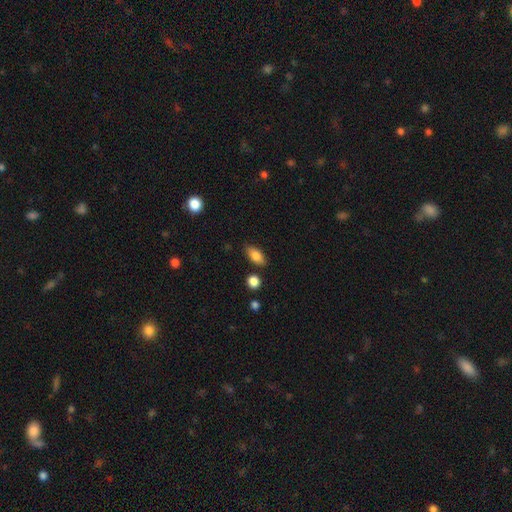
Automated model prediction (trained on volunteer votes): Overall: smooth (82%). How rounded: in between (87%). Merging: none (83%).